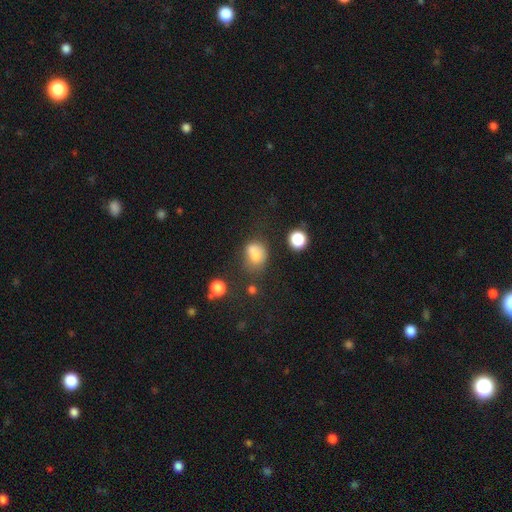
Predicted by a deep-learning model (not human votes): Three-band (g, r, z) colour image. It shows a smooth galaxy with no disk features (73%) that is in between round and cigar-shaped (51%). Merging: none (38%).